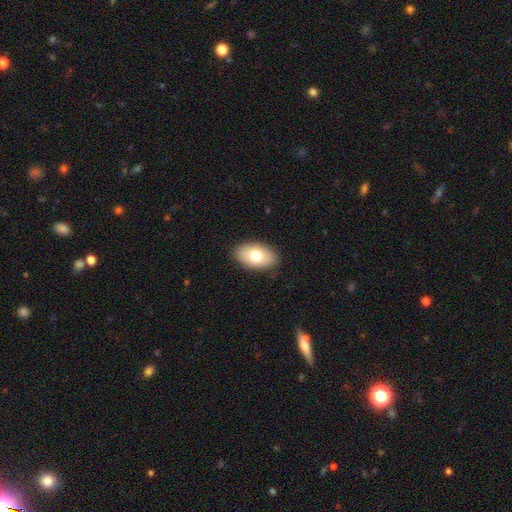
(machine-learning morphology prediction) A smooth galaxy with no disk features (74%) that is in between round and cigar-shaped (92%).

Vote fractions:
- Smooth or featured? smooth: 74% / featured or disk: 19% / star or artifact: 7%
- How rounded? in between: 92% / round: 7% / cigar-shaped: 1%
- Merging? none: 87% / minor disturbance: 10% / major disturbance: 2% / merger: 1%